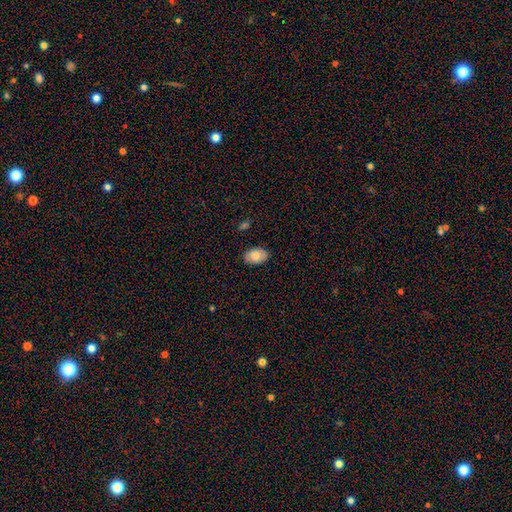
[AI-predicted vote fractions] This is likely a smooth galaxy (78%). How rounded: clearly in between (89%). Merging: clearly none (86%).